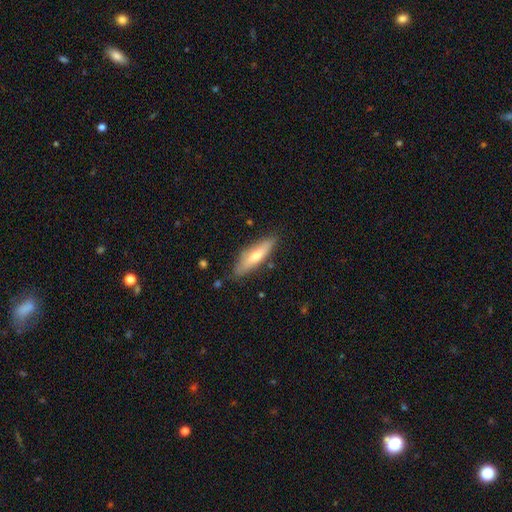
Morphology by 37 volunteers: Q: Smooth or featured?
A: smooth (54%); runner-up: featured or disk (41%)
Q: How rounded?
A: cigar-shaped (80%); runner-up: in between (20%)
Q: Merging?
A: none (80%); runner-up: minor disturbance (20%)